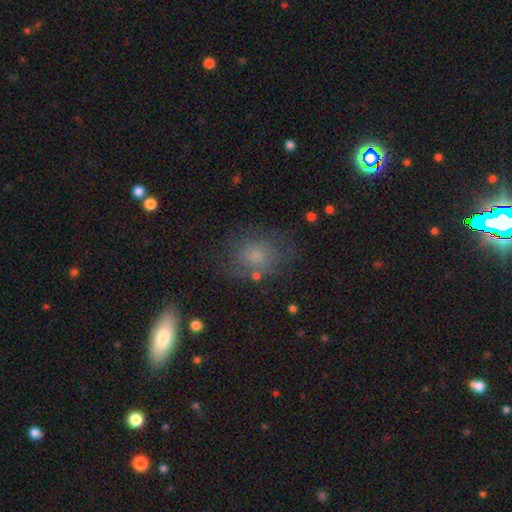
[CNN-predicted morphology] Smooth or featured: smooth — 60% (featured or disk — 26%)
How rounded: round — 50% (in between — 48%)
Merging: none — 64% (minor disturbance — 20%)